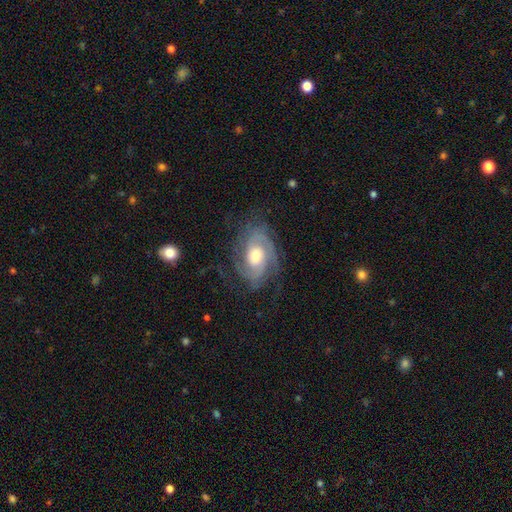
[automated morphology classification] featured or disk 87%, smooth 8%, star or artifact 5%. Down the decision tree: edge-on disk — no (97%); bar — no (64%); spiral arms — yes (96%); spiral arm count — 2 (45%); spiral winding — tight (53%); bulge size — moderate (65%); merging — none (70%).